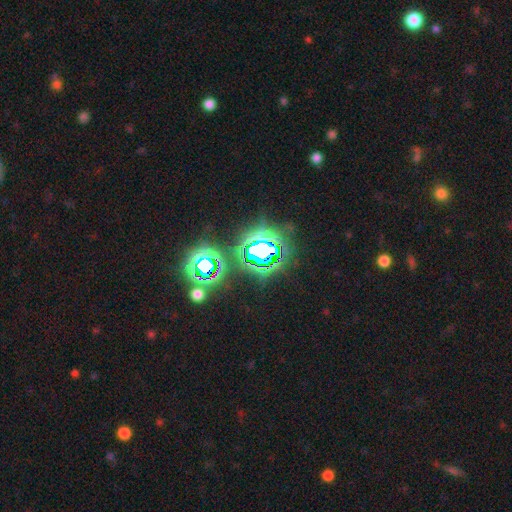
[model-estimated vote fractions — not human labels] Smooth or featured? Predicted: star or artifact (p=0.80).